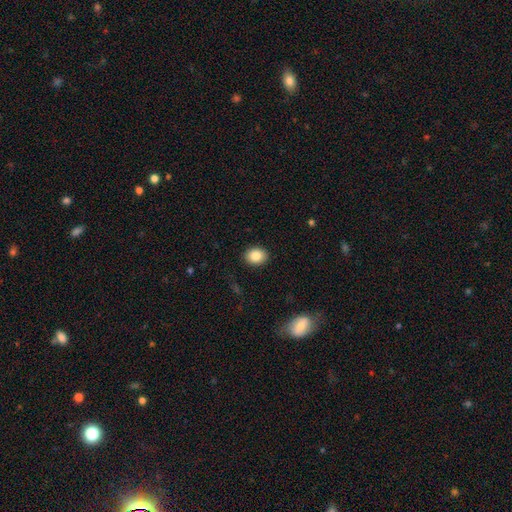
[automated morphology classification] smooth 86%, star or artifact 8%, featured or disk 6%. Down the decision tree: how rounded — in between (50%); merging — none (90%).